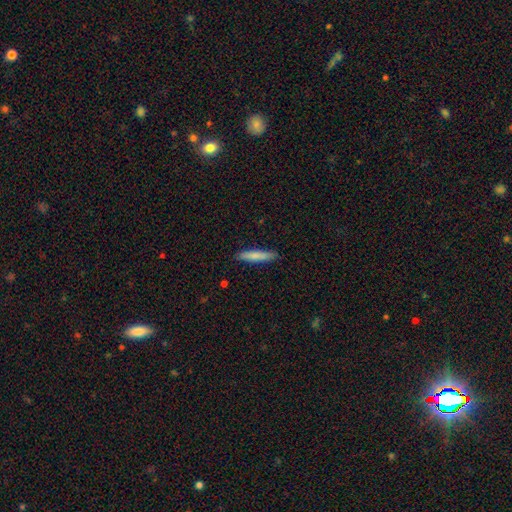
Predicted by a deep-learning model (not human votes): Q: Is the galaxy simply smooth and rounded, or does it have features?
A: smooth — 80%.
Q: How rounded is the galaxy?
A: cigar-shaped — 89%.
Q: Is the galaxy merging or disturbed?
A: none — 87%.